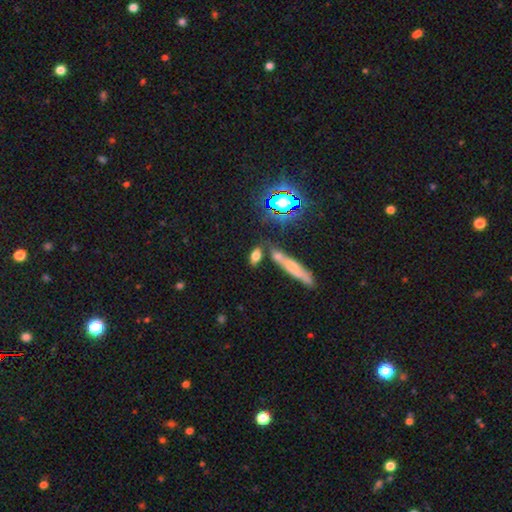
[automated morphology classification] smooth 69%, star or artifact 17%, featured or disk 14%. Down the decision tree: how rounded — in between (69%); merging — none (66%).